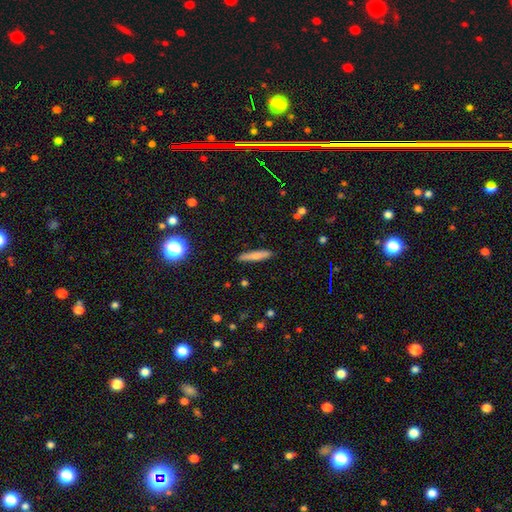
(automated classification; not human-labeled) Smooth or featured? Predicted: smooth (p=0.75). How rounded? Predicted: cigar-shaped (p=0.90). Merging? Predicted: none (p=0.87).